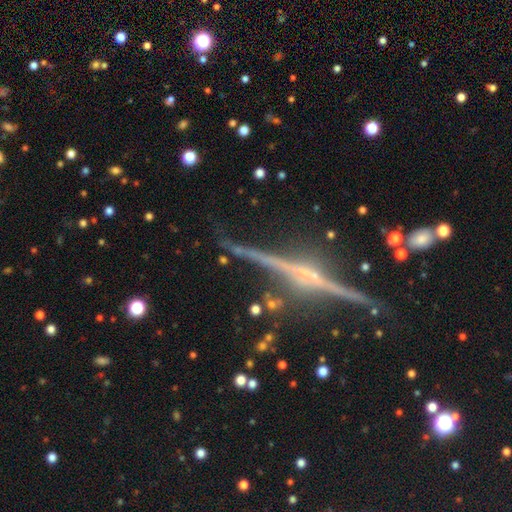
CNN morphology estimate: smooth_or_featured: featured or disk (p=0.83) [alt: star or artifact p=0.11]
disk_edge_on: yes (p=0.97) [alt: no p=0.03]
edge_on_bulge: rounded (p=0.69) [alt: none p=0.19]
merging: none (p=0.86) [alt: minor disturbance p=0.10]